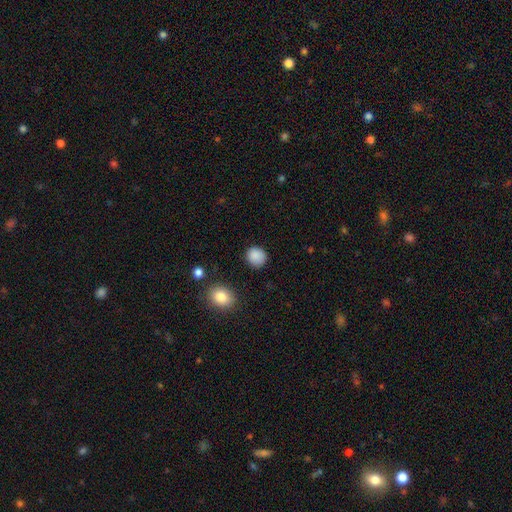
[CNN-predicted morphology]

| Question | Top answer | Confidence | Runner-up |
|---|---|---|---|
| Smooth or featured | smooth | 88% | star or artifact (9%) |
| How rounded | round | 84% | in between (15%) |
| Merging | none | 86% | minor disturbance (10%) |